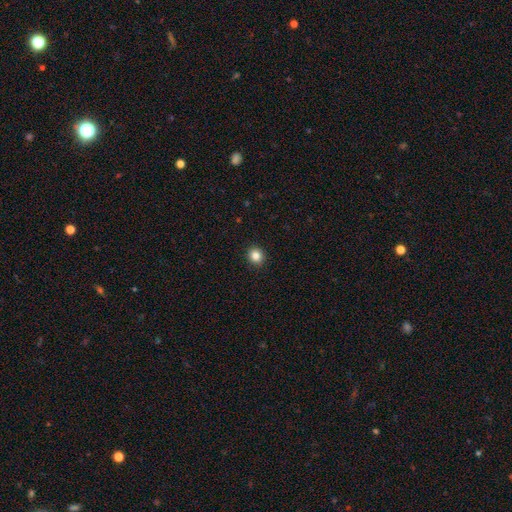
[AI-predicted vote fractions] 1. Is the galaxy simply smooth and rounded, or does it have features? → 84% smooth, 11% star or artifact, 5% featured or disk.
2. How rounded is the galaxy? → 88% round, 12% in between, 1% cigar-shaped.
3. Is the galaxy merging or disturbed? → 93% none, 5% minor disturbance, 2% major disturbance, 1% merger.